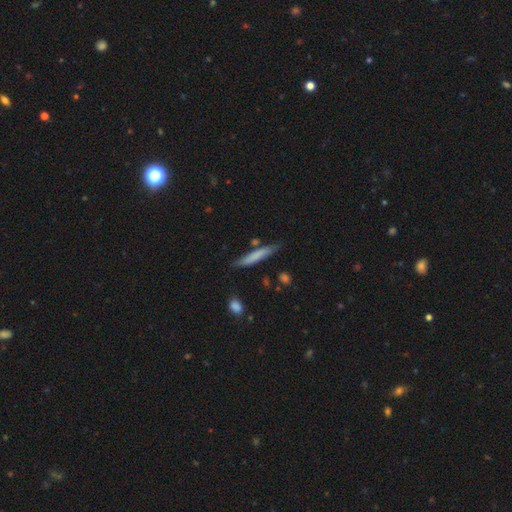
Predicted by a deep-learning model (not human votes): Overall: smooth (71%). How rounded: cigar-shaped (92%). Merging: none (78%).